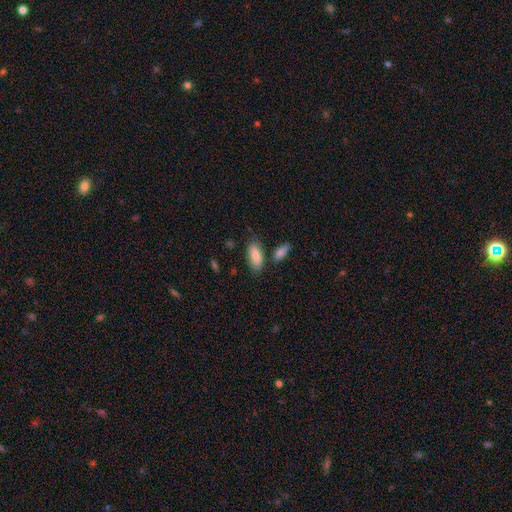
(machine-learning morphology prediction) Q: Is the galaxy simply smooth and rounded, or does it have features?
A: smooth — 85%.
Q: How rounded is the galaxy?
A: in between — 84%.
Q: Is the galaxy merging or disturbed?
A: none — 70%.